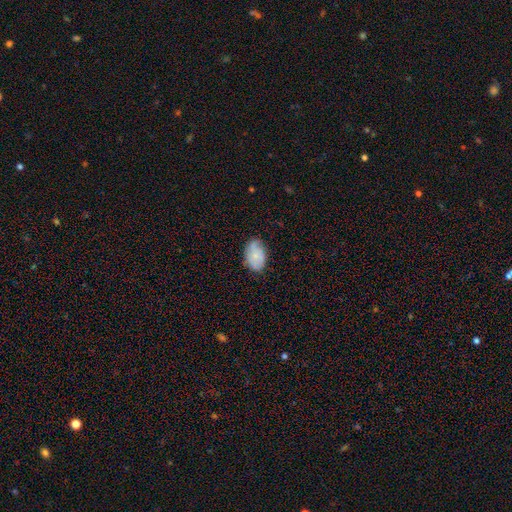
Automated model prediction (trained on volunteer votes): A smooth galaxy with no disk features (68%) that is in between round and cigar-shaped (88%). Merging: none (64%).